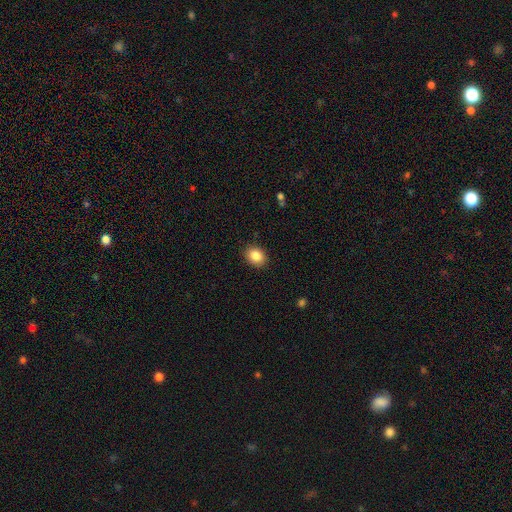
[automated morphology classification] Q: Smooth or featured?
A: smooth (86%); runner-up: star or artifact (9%)
Q: How rounded?
A: in between (52%); runner-up: round (47%)
Q: Merging?
A: none (89%); runner-up: minor disturbance (8%)